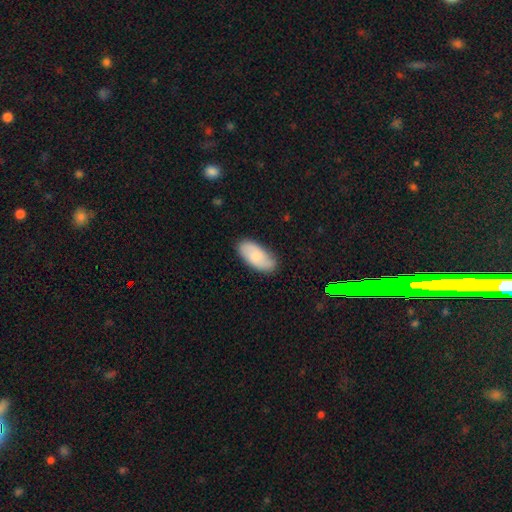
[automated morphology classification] smooth_or_featured: smooth (p=0.72) [alt: featured or disk p=0.23]
how_rounded: in between (p=0.92) [alt: cigar-shaped p=0.06]
merging: none (p=0.82) [alt: minor disturbance p=0.14]